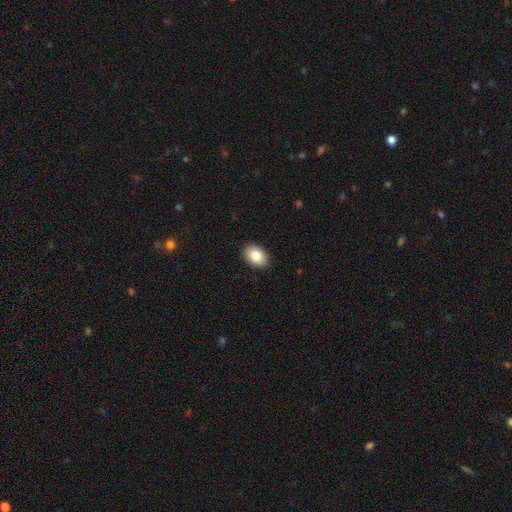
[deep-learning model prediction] smooth 85%, star or artifact 8%, featured or disk 7%. Down the decision tree: how rounded — in between (78%); merging — none (90%).